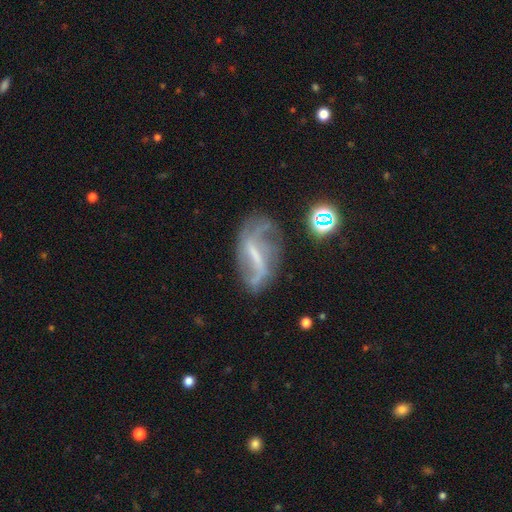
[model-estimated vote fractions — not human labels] Overall: featured or disk (75%). Edge-on disk: no (93%). Bar: strong (48%; weak 38%). Spiral arms: yes (81%). Spiral arm count: 2 (58%; can't tell 21%). Spiral winding: loose (68%). Bulge size: none (39%; small 38%). Merging: none (53%; minor disturbance 23%).